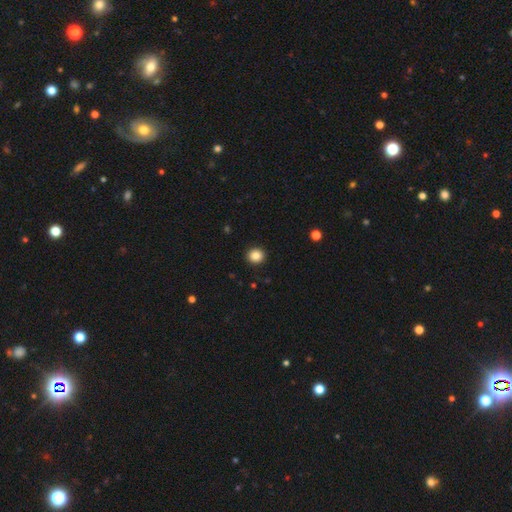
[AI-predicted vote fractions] This appears to be a smooth galaxy with no disk features (86%) that is round (89%). Merging: none (93%).